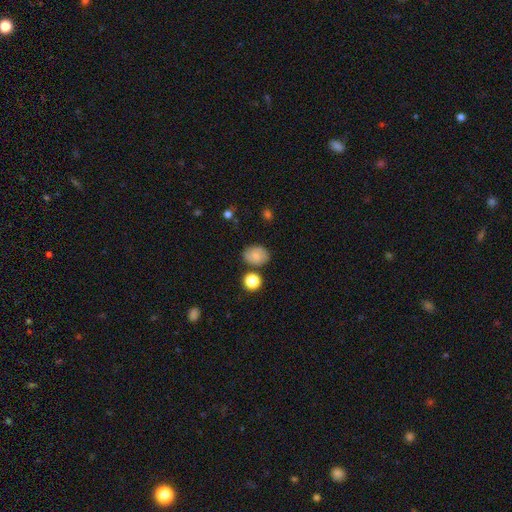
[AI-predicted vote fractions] Smooth or featured?
  - smooth: 77% *
  - featured or disk: 13%
  - star or artifact: 10%
How rounded?
  - in between: 60% *
  - round: 39%
  - cigar-shaped: 1%
Merging?
  - none: 77% *
  - minor disturbance: 14%
  - merger: 6%
  - major disturbance: 3%